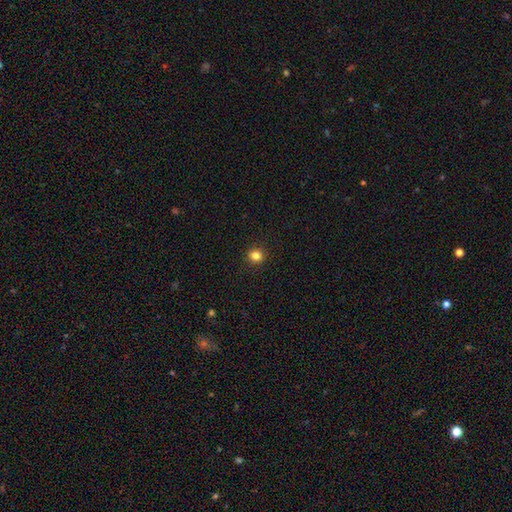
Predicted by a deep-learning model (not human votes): The model was most divided on "how rounded": round: 84%, in between: 15%, cigar-shaped: 1%. More confident: merging — none (92%); smooth or featured — smooth (83%).